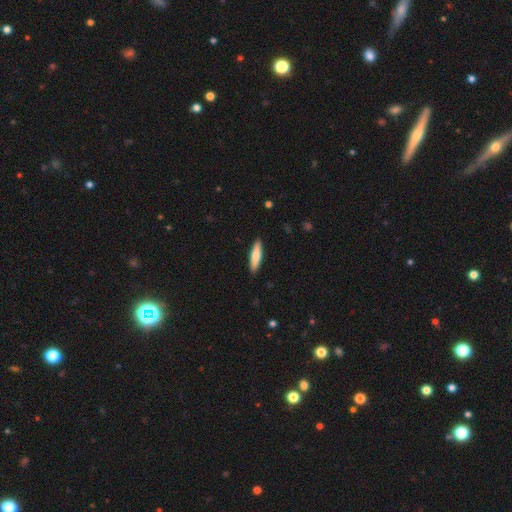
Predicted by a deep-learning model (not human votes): Q: Smooth or featured?
A: smooth (73%); runner-up: featured or disk (22%)
Q: How rounded?
A: cigar-shaped (77%); runner-up: in between (21%)
Q: Merging?
A: none (91%); runner-up: minor disturbance (7%)